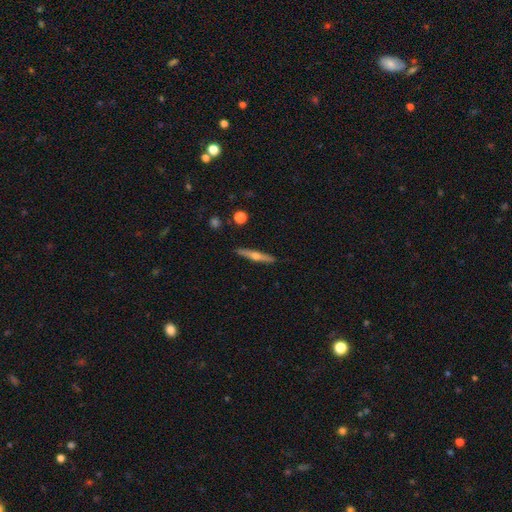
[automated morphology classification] Smooth or featured? Predicted: featured or disk (p=0.59). Edge-on disk? Predicted: yes (p=0.97). Edge-on bulge? Predicted: rounded (p=0.90). Merging? Predicted: none (p=0.90).